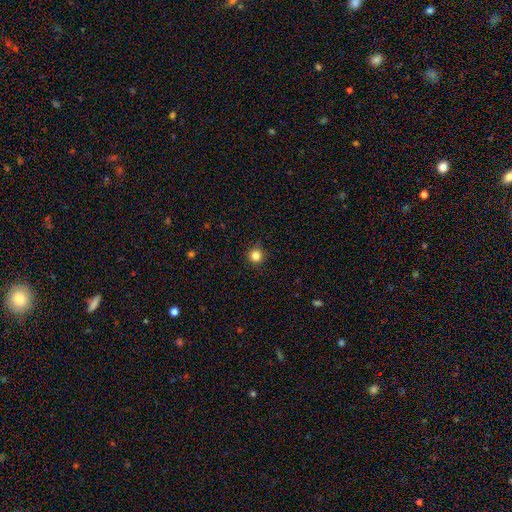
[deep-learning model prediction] The model was most divided on "smooth or featured": smooth: 83%, star or artifact: 12%, featured or disk: 4%. More confident: how rounded — round (95%); merging — none (90%).